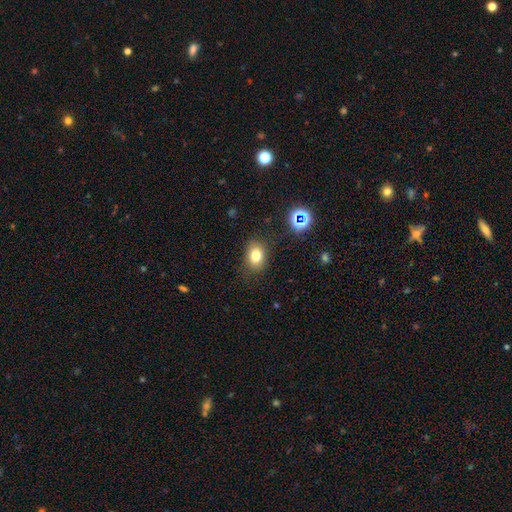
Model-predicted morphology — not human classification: This is likely a smooth galaxy (77%). How rounded: likely in between (70%). Merging: clearly none (84%).